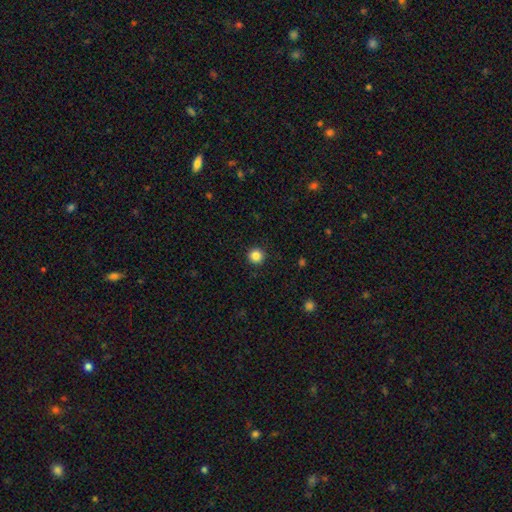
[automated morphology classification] The model was most divided on "smooth or featured": smooth: 85%, star or artifact: 11%, featured or disk: 4%. More confident: how rounded — round (96%); merging — none (93%).